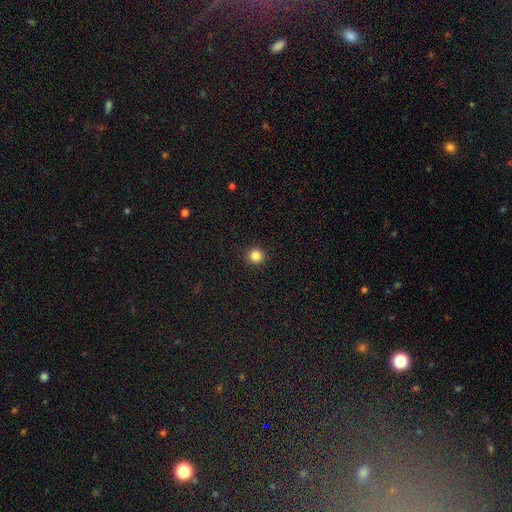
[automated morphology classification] A smooth galaxy with no disk features (85%) that is round (95%). Merging: none (93%).